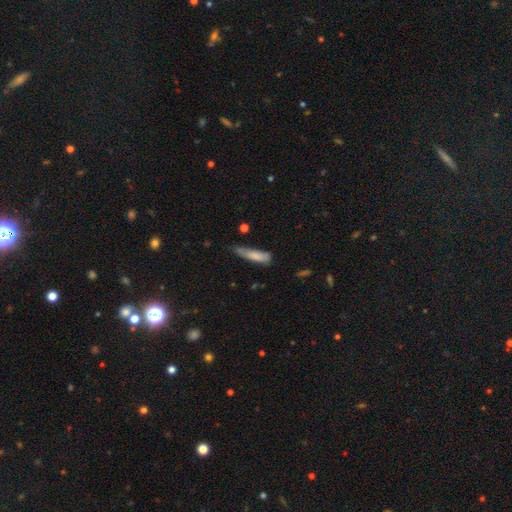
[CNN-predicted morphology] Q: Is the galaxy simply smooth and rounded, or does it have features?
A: smooth — 78%.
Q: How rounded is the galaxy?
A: cigar-shaped — 72%.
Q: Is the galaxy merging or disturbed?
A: none — 42%.